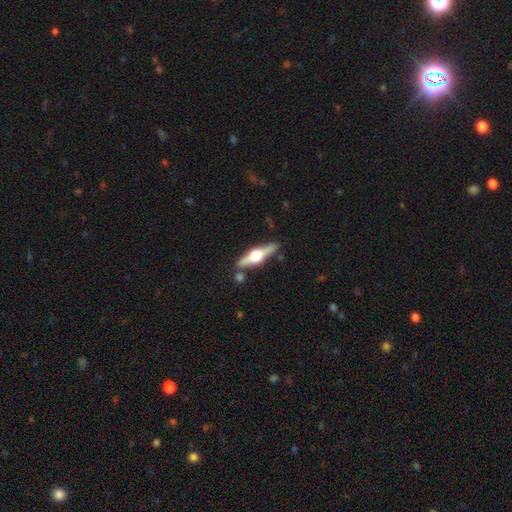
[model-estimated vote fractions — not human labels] featured or disk 74%, smooth 21%, star or artifact 5%. Down the decision tree: edge-on disk — yes (97%); edge-on bulge — rounded (96%); merging — none (83%).